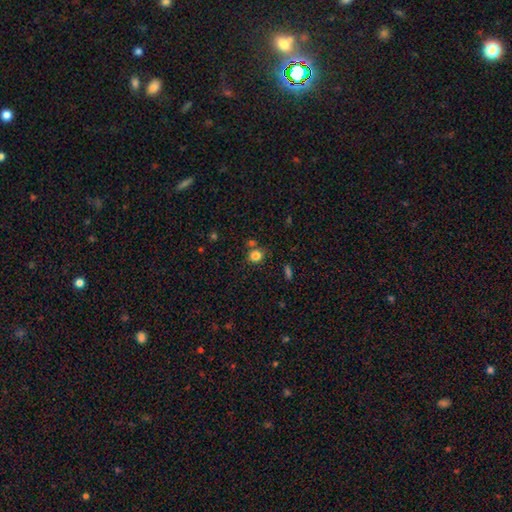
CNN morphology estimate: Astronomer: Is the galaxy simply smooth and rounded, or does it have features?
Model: smooth — 81%.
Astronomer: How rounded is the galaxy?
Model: round — 77%.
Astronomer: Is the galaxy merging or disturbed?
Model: none — 70%.